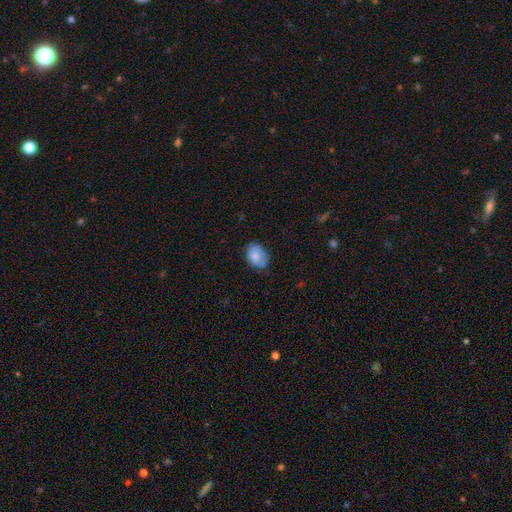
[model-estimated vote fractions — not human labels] Overall: smooth (77%). How rounded: in between (76%). Merging: none (69%).